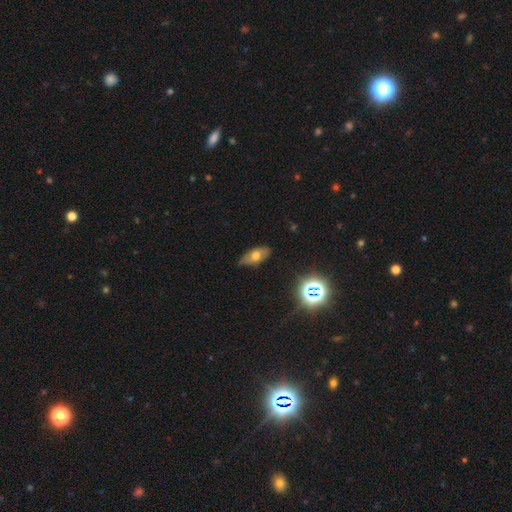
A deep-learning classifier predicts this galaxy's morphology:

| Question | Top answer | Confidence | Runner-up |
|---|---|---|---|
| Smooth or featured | smooth | 55% | featured or disk (31%) |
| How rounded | in between | 87% | cigar-shaped (7%) |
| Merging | none | 72% | minor disturbance (22%) |